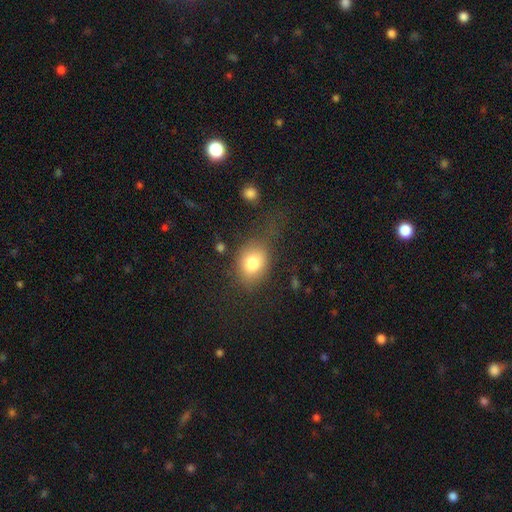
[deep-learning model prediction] A smooth galaxy with no disk features (69%) that is round (52%). Merging: none (61%).